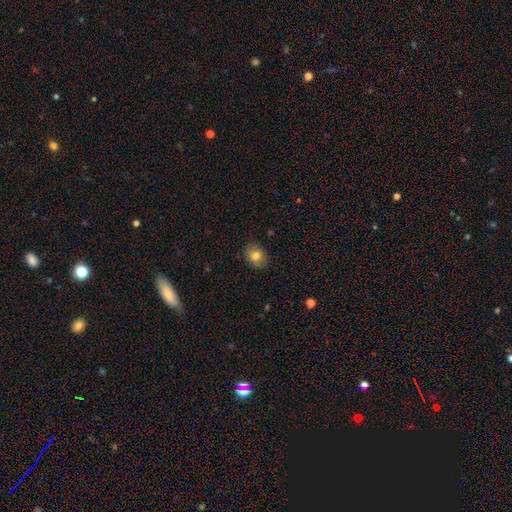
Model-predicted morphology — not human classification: Smooth or featured? smooth (79%)
How rounded? round (53%)
Merging? none (85%)